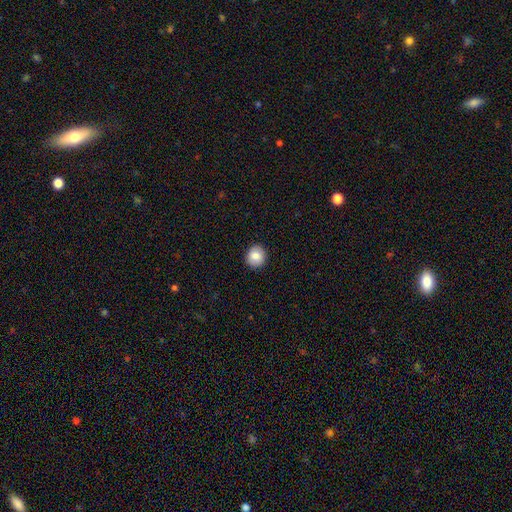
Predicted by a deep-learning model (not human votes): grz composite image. It shows a smooth galaxy with no disk features (85%) that is round (86%). Merging: none (91%).